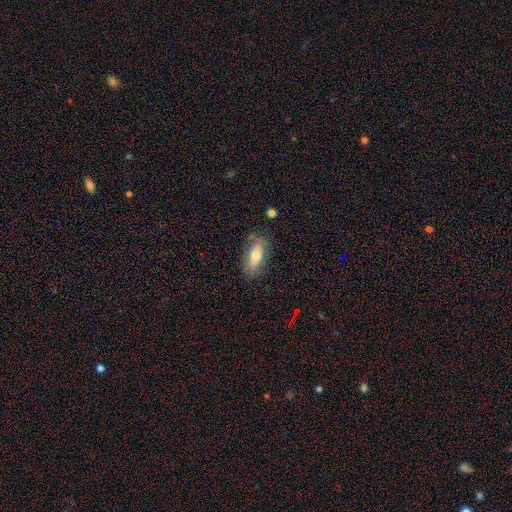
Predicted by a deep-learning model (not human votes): The model was most divided on "smooth or featured": smooth: 67%, featured or disk: 26%, star or artifact: 7%. More confident: merging — none (79%); how rounded — in between (76%).